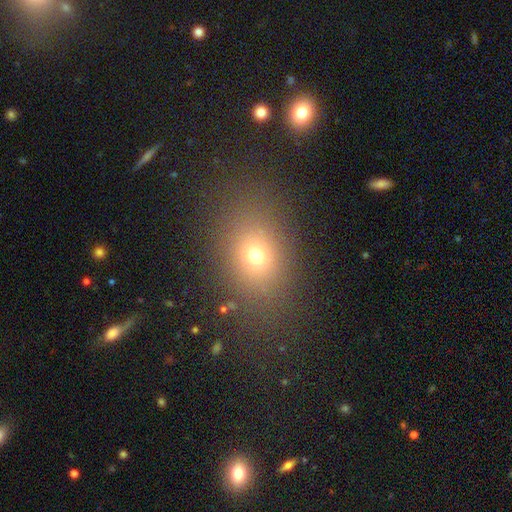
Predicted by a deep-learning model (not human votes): Overall: smooth (71%). How rounded: in between (61%; round 37%). Merging: none (79%).